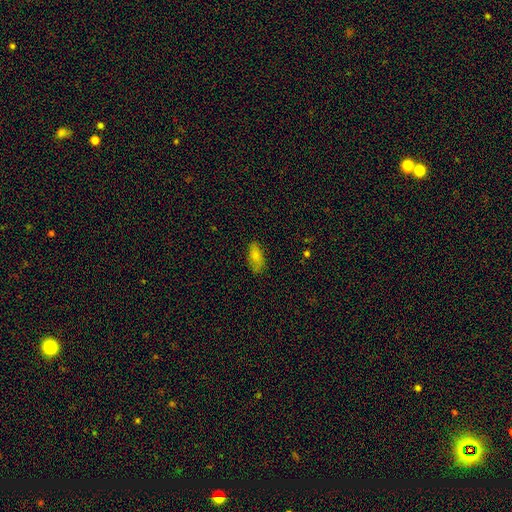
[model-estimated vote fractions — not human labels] Q: Smooth or featured?
A: smooth (81%); runner-up: featured or disk (11%)
Q: How rounded?
A: in between (86%); runner-up: cigar-shaped (11%)
Q: Merging?
A: none (75%); runner-up: minor disturbance (20%)